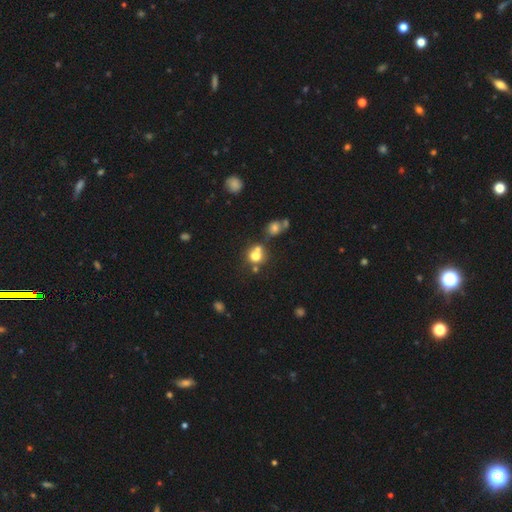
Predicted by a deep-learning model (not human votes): smooth 71%, star or artifact 16%, featured or disk 13%. Down the decision tree: how rounded — round (81%); merging — none (46%).